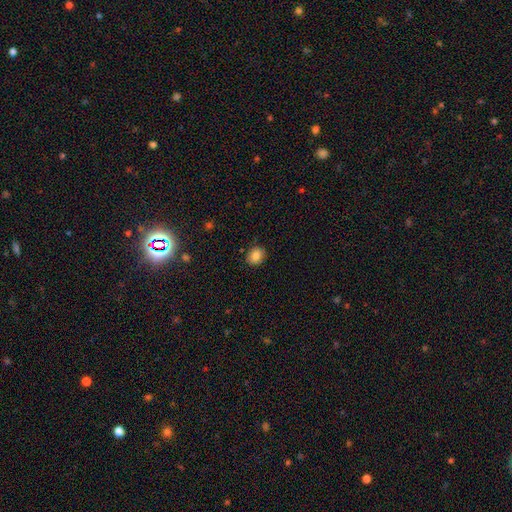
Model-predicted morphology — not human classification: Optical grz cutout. It shows a smooth galaxy with no disk features (85%) that is round (66%). Merging: none (87%).